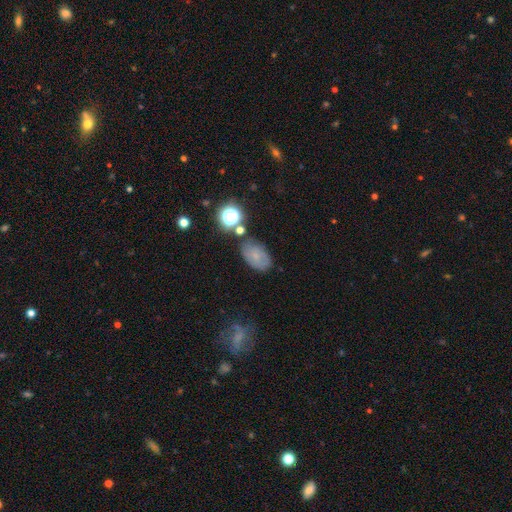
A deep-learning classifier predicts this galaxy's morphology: type=smooth (58%); roundness=in between (87%); merging=none (65%).